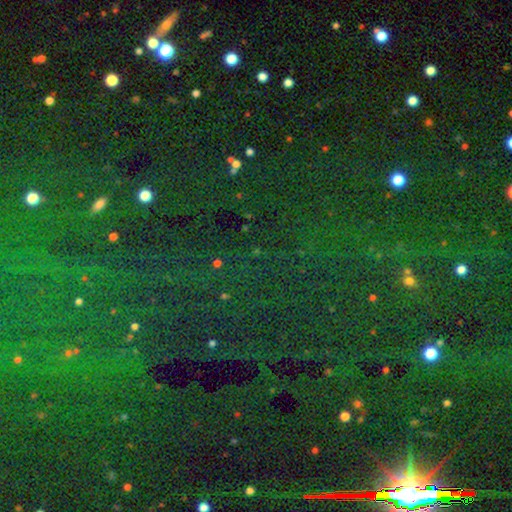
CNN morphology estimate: star or artifact 80%, smooth 12%, featured or disk 8%.